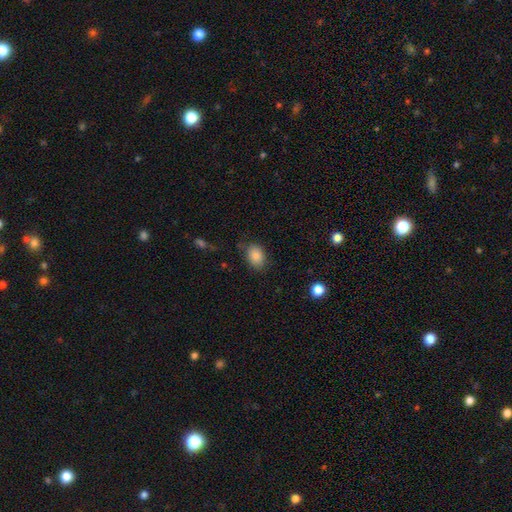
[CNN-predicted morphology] Q: Smooth or featured?
A: smooth (87%); runner-up: star or artifact (8%)
Q: How rounded?
A: in between (77%); runner-up: round (22%)
Q: Merging?
A: none (80%); runner-up: minor disturbance (15%)